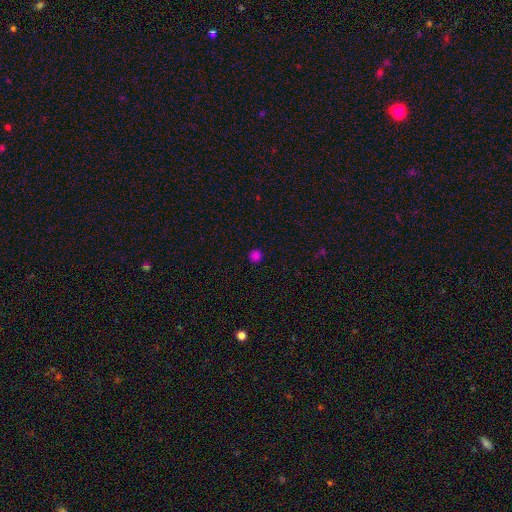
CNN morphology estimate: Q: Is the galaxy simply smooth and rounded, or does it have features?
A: smooth — 80%.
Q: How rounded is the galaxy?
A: round — 94%.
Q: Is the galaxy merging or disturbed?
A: none — 91%.